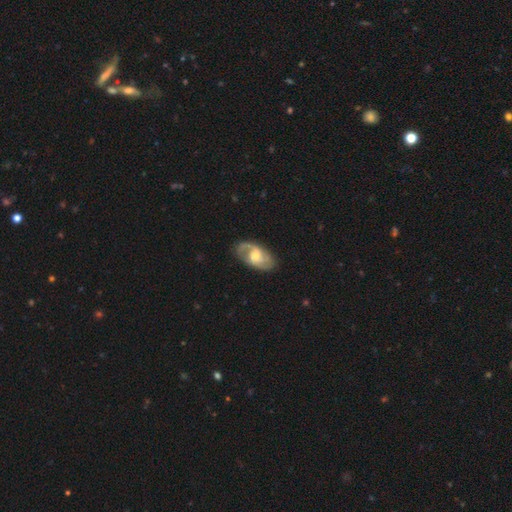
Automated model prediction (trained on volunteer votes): Smooth or featured?
  - featured or disk: 75% *
  - smooth: 19%
  - star or artifact: 5%
Edge-on disk?
  - no: 96% *
  - yes: 4%
Bar?
  - no: 52% *
  - weak: 41%
  - strong: 8%
Spiral arms?
  - yes: 92% *
  - no: 8%
Spiral winding?
  - medium: 48% *
  - loose: 26%
  - tight: 25%
Spiral arm count?
  - 2: 74% *
  - 1: 10%
  - can't tell: 10%
  - 3: 4%
  - 4: 1%
  - more than 4: 1%
Bulge size?
  - moderate: 54% *
  - small: 35%
  - large: 7%
  - none: 3%
  - dominant: 1%
Merging?
  - none: 74% *
  - minor disturbance: 17%
  - major disturbance: 8%
  - merger: 1%